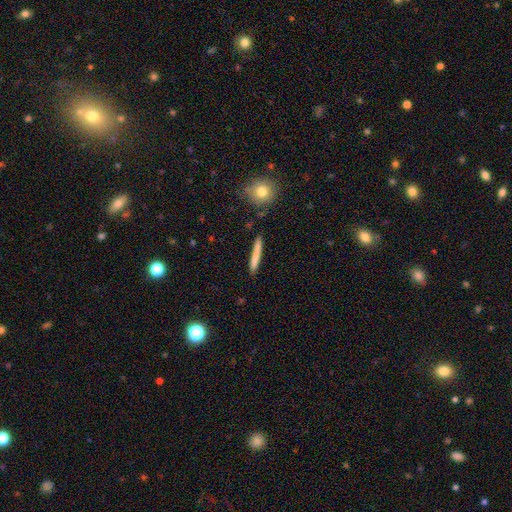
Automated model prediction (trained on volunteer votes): Q: Smooth or featured?
A: smooth (74%); runner-up: featured or disk (20%)
Q: How rounded?
A: cigar-shaped (95%); runner-up: in between (3%)
Q: Merging?
A: none (88%); runner-up: minor disturbance (8%)